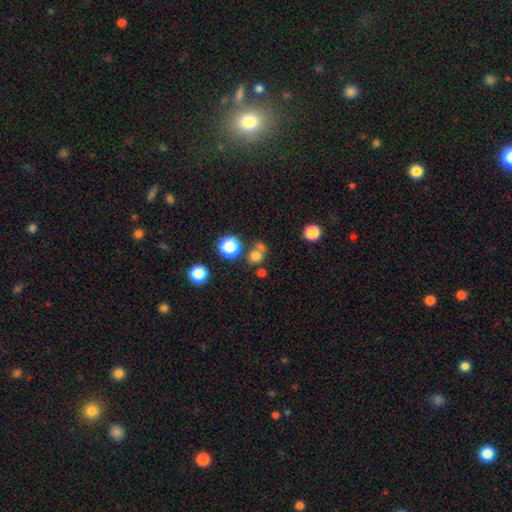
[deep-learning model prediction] A smooth galaxy with no disk features (73%) that is round (81%). Merging: none (56%).